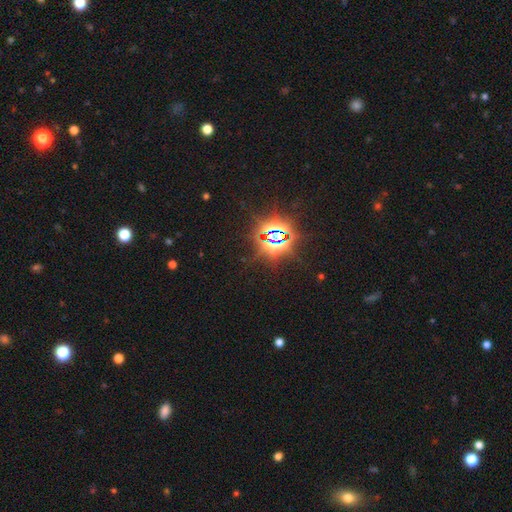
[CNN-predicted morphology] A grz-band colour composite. It shows a star or artifact, not a galaxy (83%).